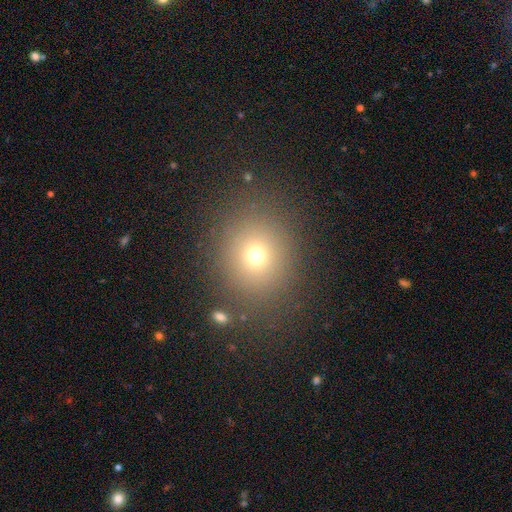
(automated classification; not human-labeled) Smooth or featured? Predicted: smooth (p=0.69). How rounded? Predicted: round (p=0.79). Merging? Predicted: none (p=0.84).